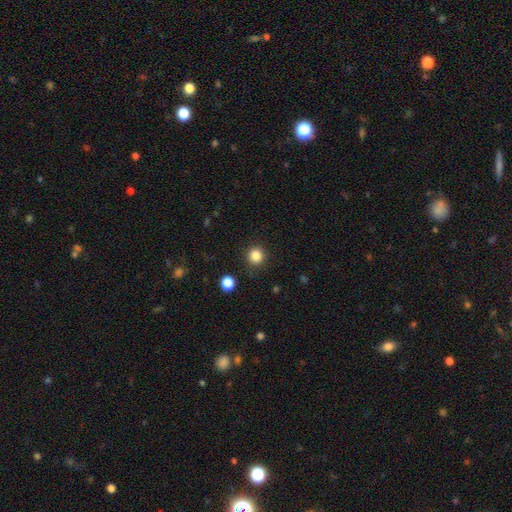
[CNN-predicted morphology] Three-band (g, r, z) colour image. It shows a smooth galaxy with no disk features (85%) that is round (93%). Merging: none (89%).